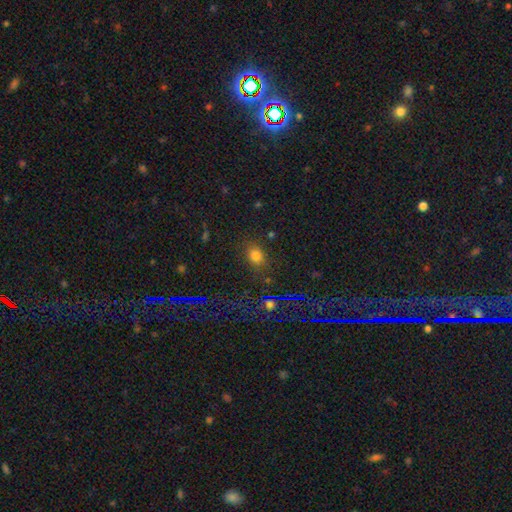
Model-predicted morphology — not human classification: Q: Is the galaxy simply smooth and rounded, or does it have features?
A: smooth — 70%.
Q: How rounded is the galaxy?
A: in between — 55%.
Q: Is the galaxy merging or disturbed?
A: none — 79%.